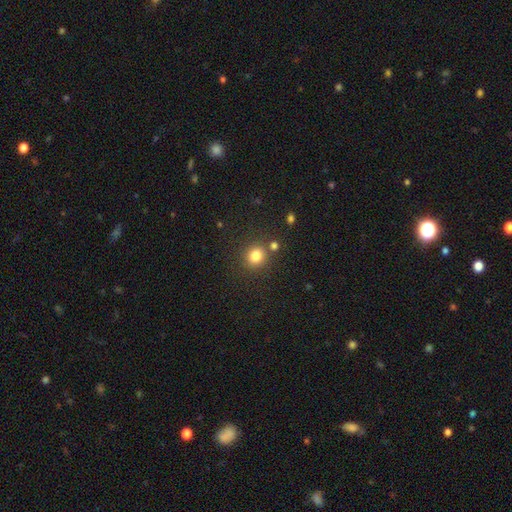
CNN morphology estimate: The model was most divided on "smooth or featured": smooth: 81%, star or artifact: 13%, featured or disk: 5%. More confident: how rounded — round (86%); merging — none (79%).